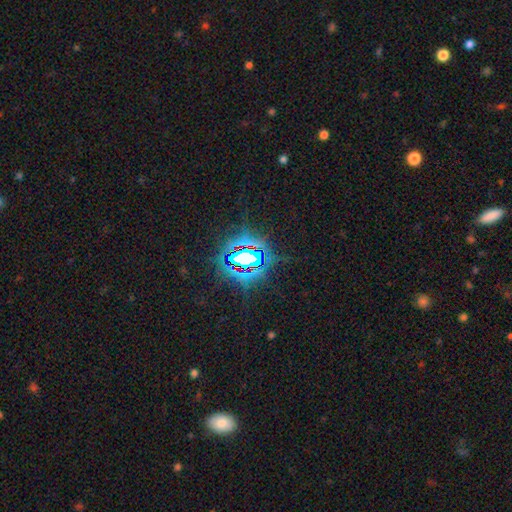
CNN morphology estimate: type=star or artifact (83%).